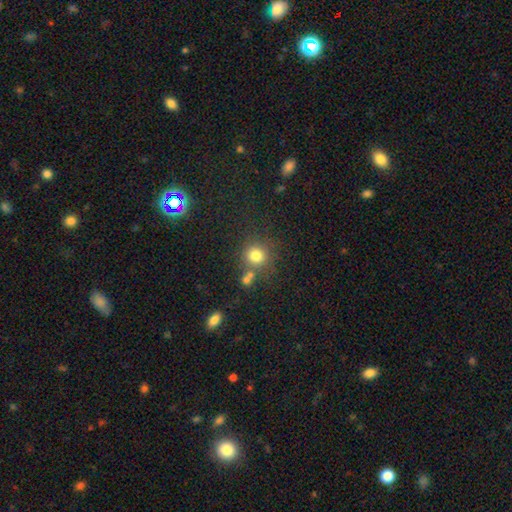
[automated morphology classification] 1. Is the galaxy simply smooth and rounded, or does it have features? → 78% smooth, 15% star or artifact, 7% featured or disk.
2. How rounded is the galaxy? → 91% round, 8% in between, 1% cigar-shaped.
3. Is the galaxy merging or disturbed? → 69% none, 17% merger, 11% minor disturbance, 4% major disturbance.